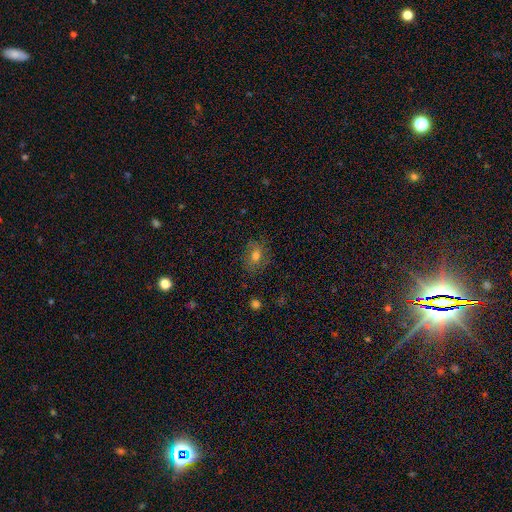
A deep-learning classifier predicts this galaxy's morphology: Smooth or featured? Predicted: smooth (p=0.71). How rounded? Predicted: in between (p=0.58). Merging? Predicted: none (p=0.79).